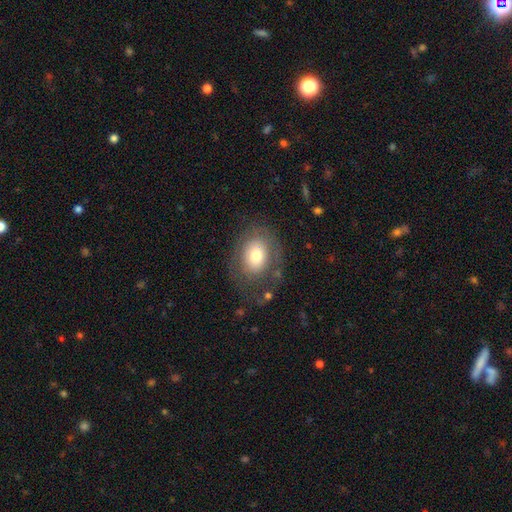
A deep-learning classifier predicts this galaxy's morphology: smooth-or-featured: smooth: 65% | featured or disk: 27% | star or artifact: 9%
  how-rounded: in between: 60% | round: 39% | cigar-shaped: 1%
  merging: none: 63% | minor disturbance: 20% | major disturbance: 16% | merger: 2%